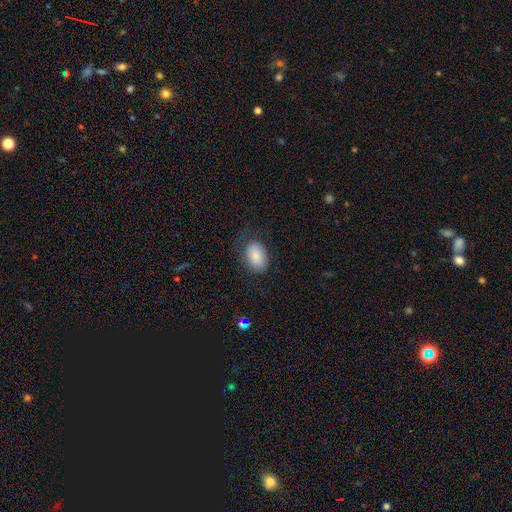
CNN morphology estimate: Overall: smooth (83%). How rounded: in between (86%). Merging: none (68%).